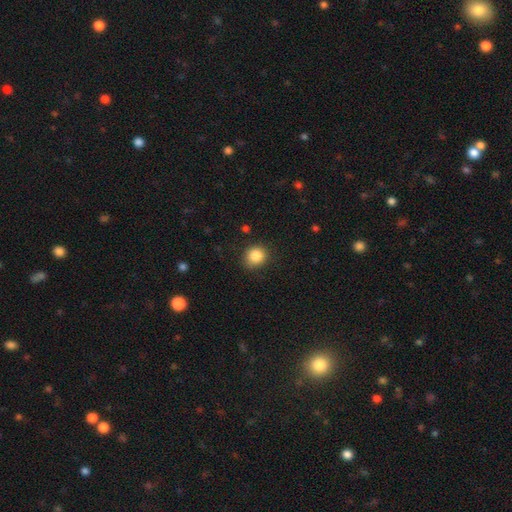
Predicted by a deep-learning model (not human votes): The model was most divided on "how rounded": round: 79%, in between: 21%, cigar-shaped: 1%. More confident: smooth or featured — smooth (86%); merging — none (83%).